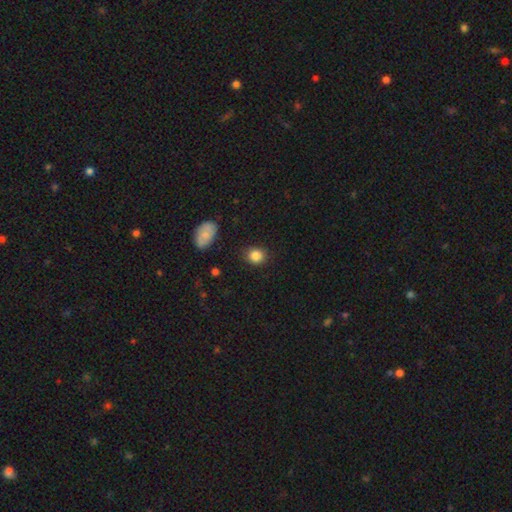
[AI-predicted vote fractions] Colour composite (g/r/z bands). It shows a smooth galaxy with no disk features (86%) that is round (71%). Merging: none (85%).